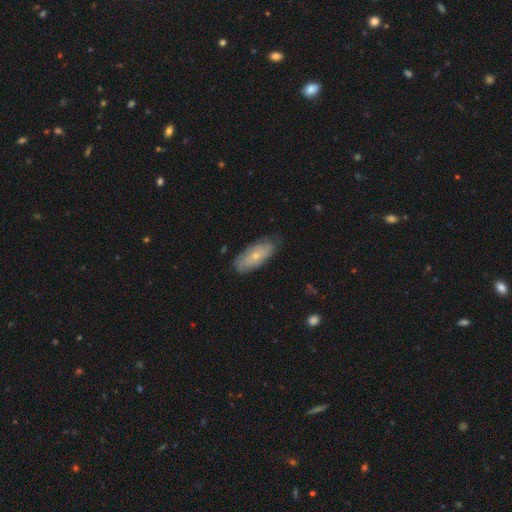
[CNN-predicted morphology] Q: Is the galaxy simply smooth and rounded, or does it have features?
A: smooth — 60%.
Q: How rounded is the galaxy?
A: in between — 80%.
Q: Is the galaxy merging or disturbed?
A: none — 76%.